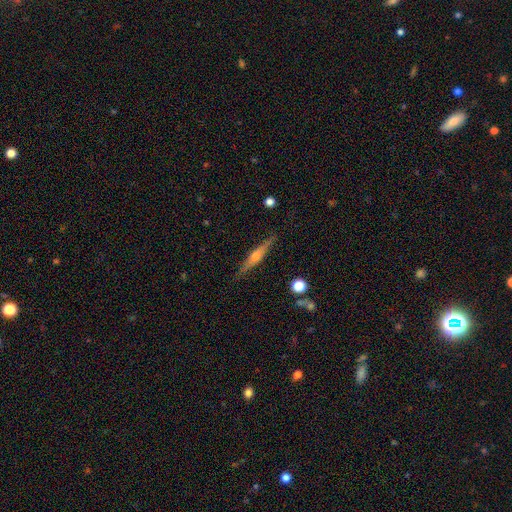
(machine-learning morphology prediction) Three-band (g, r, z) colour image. It shows a featured or disk galaxy (73%) viewed edge-on (97%) with a rounded central bulge (81%). Merging: none (89%).